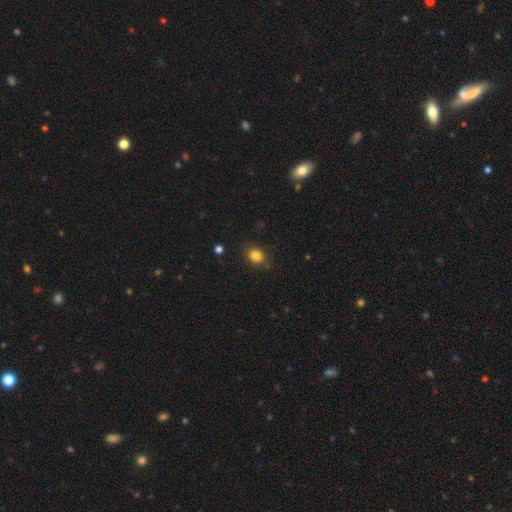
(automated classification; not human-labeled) A smooth galaxy with no disk features (83%) that is round (62%).

Vote fractions:
- Smooth or featured? smooth: 83% / star or artifact: 12% / featured or disk: 6%
- How rounded? round: 62% / in between: 37% / cigar-shaped: 1%
- Merging? none: 81% / minor disturbance: 13% / major disturbance: 3% / merger: 2%